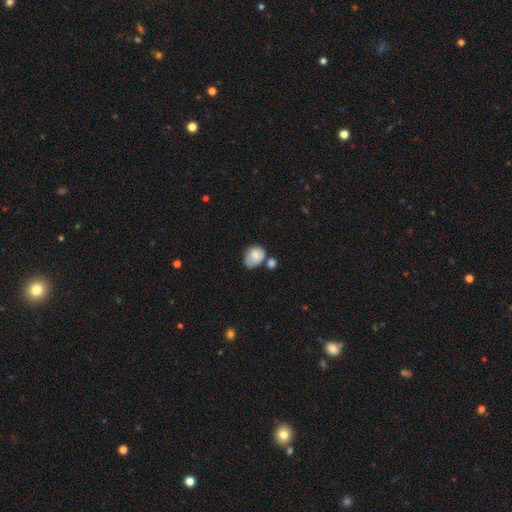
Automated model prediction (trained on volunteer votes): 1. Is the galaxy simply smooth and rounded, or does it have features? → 76% smooth, 16% featured or disk, 8% star or artifact.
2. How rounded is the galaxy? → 61% in between, 38% round, 1% cigar-shaped.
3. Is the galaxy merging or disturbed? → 37% none, 27% minor disturbance, 26% merger, 10% major disturbance.